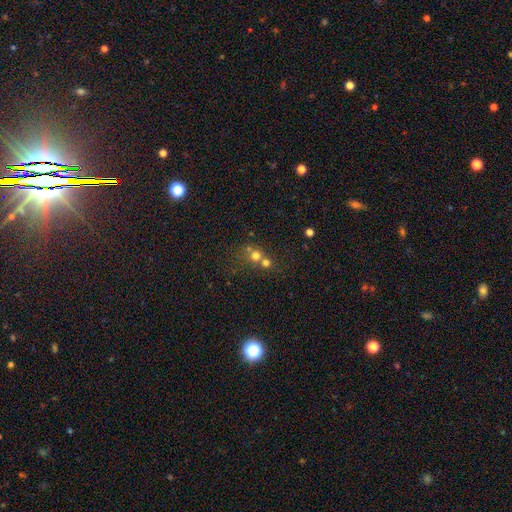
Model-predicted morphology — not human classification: Smooth or featured: smooth — 67% (star or artifact — 19%)
How rounded: round — 83% (in between — 16%)
Merging: merger — 51% (none — 39%)